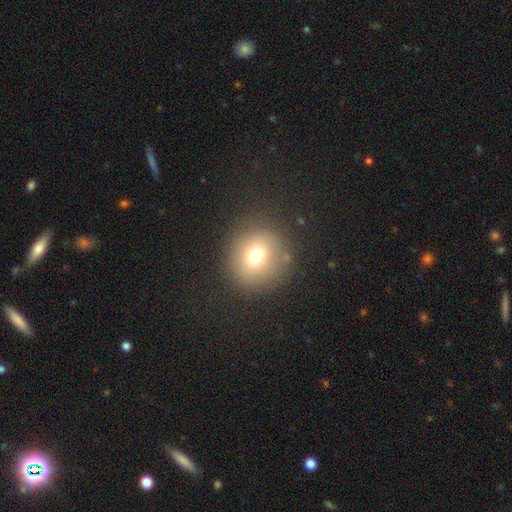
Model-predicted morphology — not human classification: Q: Smooth or featured?
A: smooth (71%); runner-up: star or artifact (16%)
Q: How rounded?
A: round (88%); runner-up: in between (11%)
Q: Merging?
A: none (83%); runner-up: minor disturbance (10%)